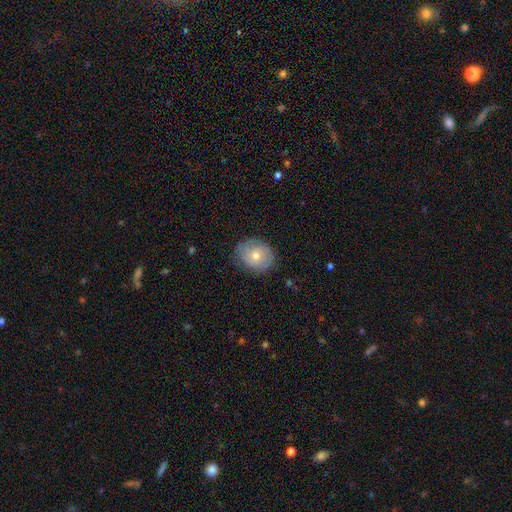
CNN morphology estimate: This appears to be a smooth galaxy with no disk features (53%) that is round (64%). Merging: none (79%).